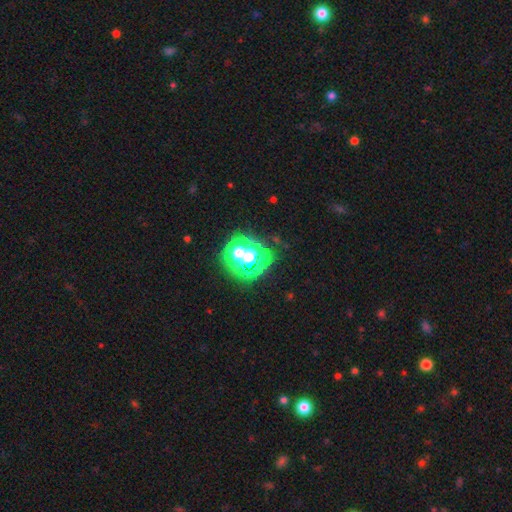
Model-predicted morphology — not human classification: smooth_or_featured: star or artifact (p=0.73) [alt: smooth p=0.20]